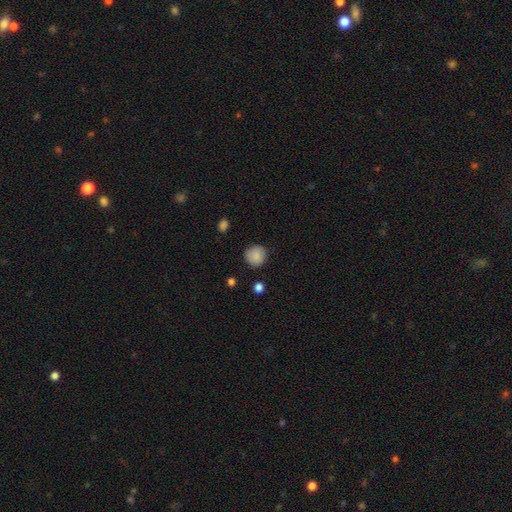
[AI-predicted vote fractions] Morphology: type=smooth (87%); roundness=round (91%); merging=none (84%).